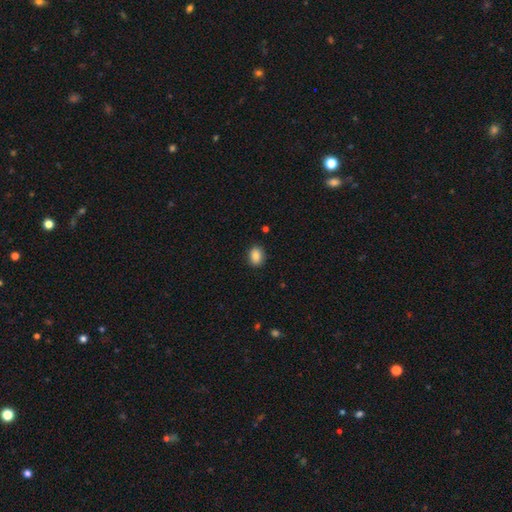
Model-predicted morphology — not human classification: A smooth galaxy with no disk features (85%) that is in between round and cigar-shaped (56%).

Vote fractions:
- Smooth or featured? smooth: 85% / star or artifact: 9% / featured or disk: 6%
- How rounded? in between: 56% / round: 43% / cigar-shaped: 1%
- Merging? none: 89% / minor disturbance: 8% / major disturbance: 2% / merger: 1%